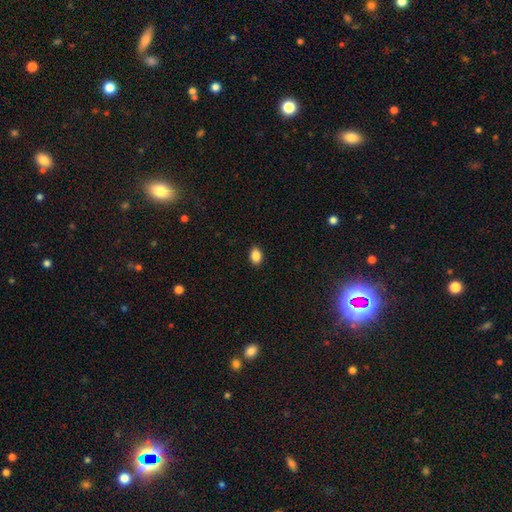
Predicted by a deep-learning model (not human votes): This appears to be a smooth galaxy with no disk features (88%) that is in between round and cigar-shaped (77%). Merging: none (90%).